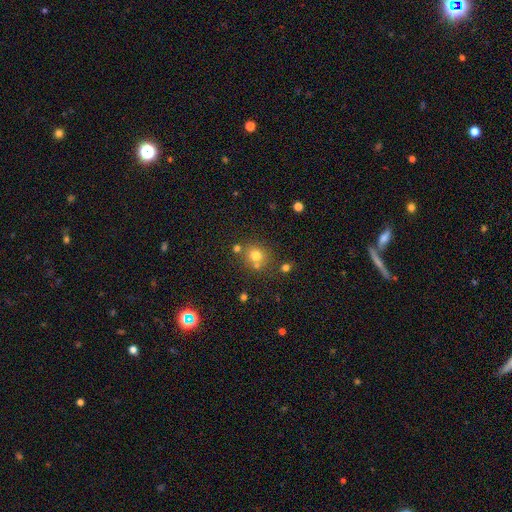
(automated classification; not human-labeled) Smooth or featured? Predicted: smooth (p=0.73). How rounded? Predicted: round (p=0.85). Merging? Predicted: none (p=0.68).